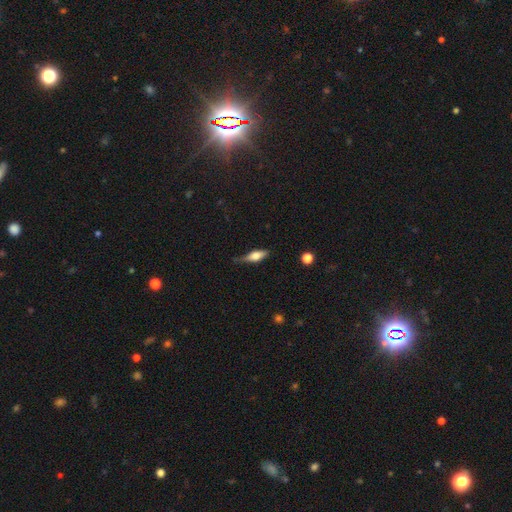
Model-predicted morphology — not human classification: Smooth or featured? Predicted: smooth (p=0.53). How rounded? Predicted: in between (p=0.52). Merging? Predicted: none (p=0.62).